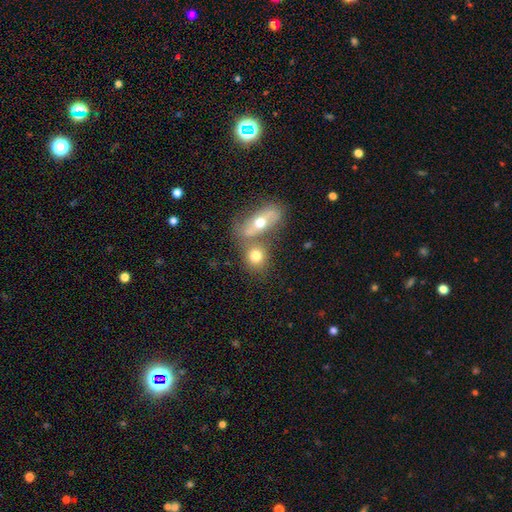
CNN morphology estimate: This appears to be a smooth galaxy with no disk features (73%) that is round (54%). Merging: none (45%).